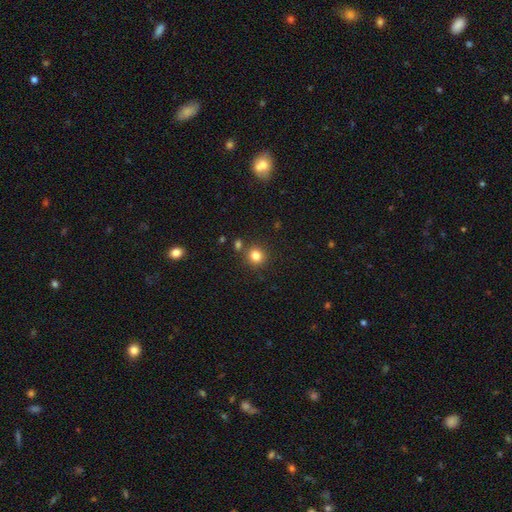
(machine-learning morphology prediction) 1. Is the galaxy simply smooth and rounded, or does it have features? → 82% smooth, 13% star or artifact, 5% featured or disk.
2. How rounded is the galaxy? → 91% round, 8% in between, 1% cigar-shaped.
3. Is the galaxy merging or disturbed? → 83% none, 7% minor disturbance, 7% merger, 2% major disturbance.